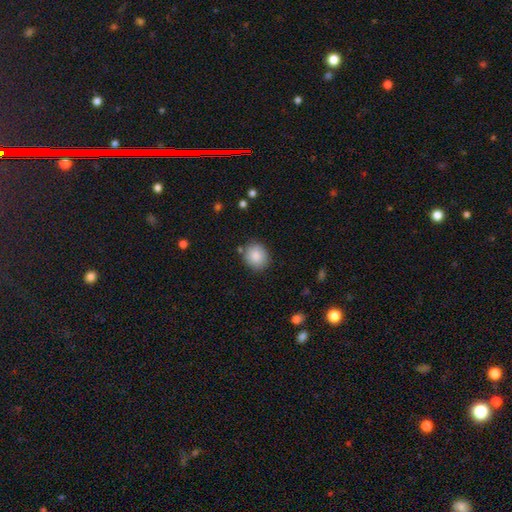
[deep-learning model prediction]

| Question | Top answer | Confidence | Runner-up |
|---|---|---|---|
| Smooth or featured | smooth | 86% | star or artifact (8%) |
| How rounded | round | 77% | in between (22%) |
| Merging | none | 84% | minor disturbance (10%) |